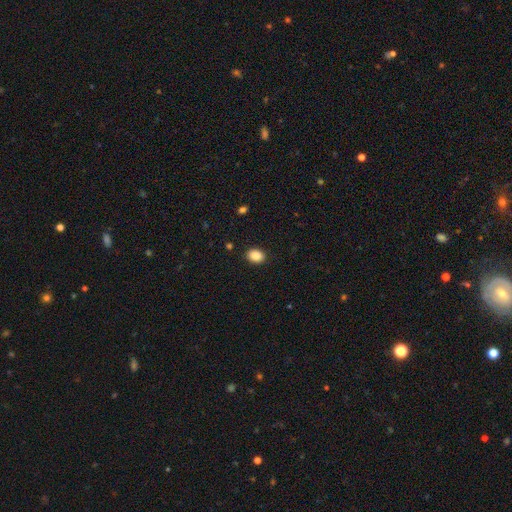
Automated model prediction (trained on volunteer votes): The model was most divided on "how rounded": in between: 65%, round: 34%, cigar-shaped: 1%. More confident: merging — none (89%); smooth or featured — smooth (89%).